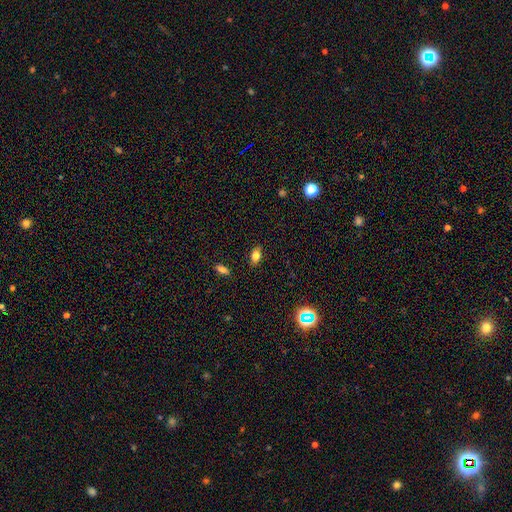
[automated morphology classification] smooth_or_featured: smooth (p=0.77) [alt: star or artifact p=0.12]
how_rounded: in between (p=0.85) [alt: round p=0.10]
merging: none (p=0.87) [alt: minor disturbance p=0.09]